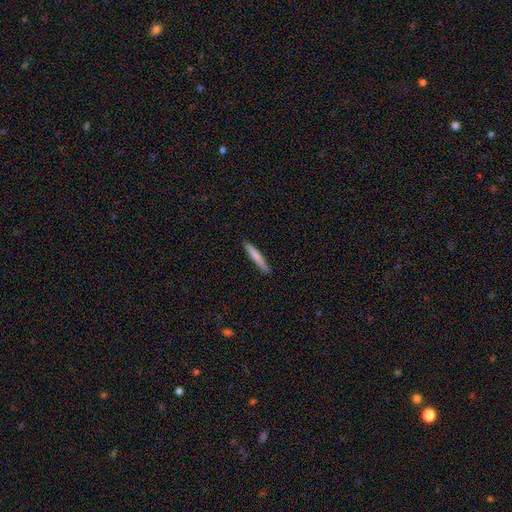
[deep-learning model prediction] A smooth galaxy with no disk features (74%) that is cigar-shaped (94%).

Vote fractions:
- Smooth or featured? smooth: 74% / featured or disk: 20% / star or artifact: 6%
- How rounded? cigar-shaped: 94% / in between: 4% / round: 1%
- Merging? none: 86% / minor disturbance: 11% / major disturbance: 2% / merger: 1%